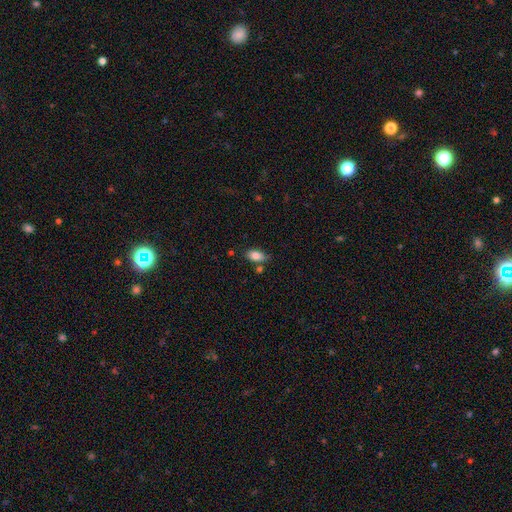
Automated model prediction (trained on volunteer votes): The model was most divided on "merging": none: 69%, minor disturbance: 18%, merger: 9%, major disturbance: 4%. More confident: how rounded — in between (91%); smooth or featured — smooth (85%).